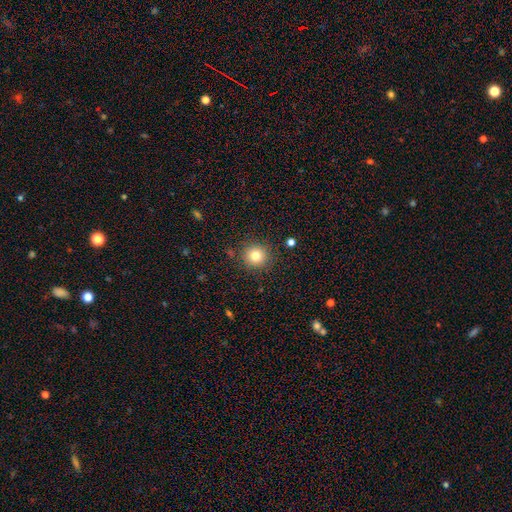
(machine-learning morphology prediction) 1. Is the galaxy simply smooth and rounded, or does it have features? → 80% smooth, 12% star or artifact, 8% featured or disk.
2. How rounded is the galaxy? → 94% round, 5% in between, 1% cigar-shaped.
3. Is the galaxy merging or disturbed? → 89% none, 7% minor disturbance, 3% major disturbance, 2% merger.